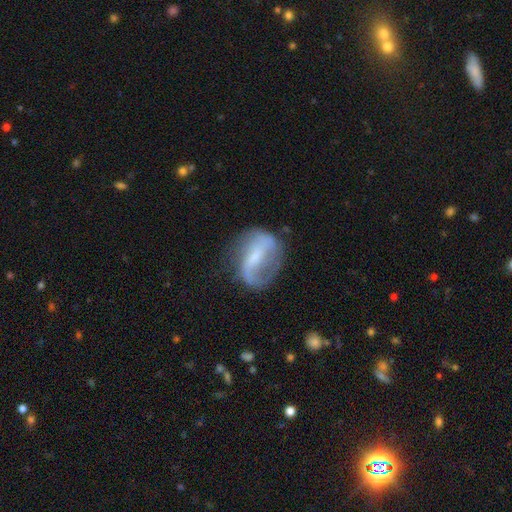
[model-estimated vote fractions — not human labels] Q: Smooth or featured?
A: featured or disk (73%); runner-up: smooth (20%)
Q: Edge-on disk?
A: no (96%); runner-up: yes (4%)
Q: Bar?
A: weak (43%); runner-up: strong (37%)
Q: Spiral arms?
A: yes (83%); runner-up: no (17%)
Q: Spiral winding?
A: loose (52%); runner-up: medium (34%)
Q: Spiral arm count?
A: 2 (62%); runner-up: 1 (26%)
Q: Bulge size?
A: small (47%); runner-up: moderate (29%)
Q: Merging?
A: none (55%); runner-up: minor disturbance (23%)